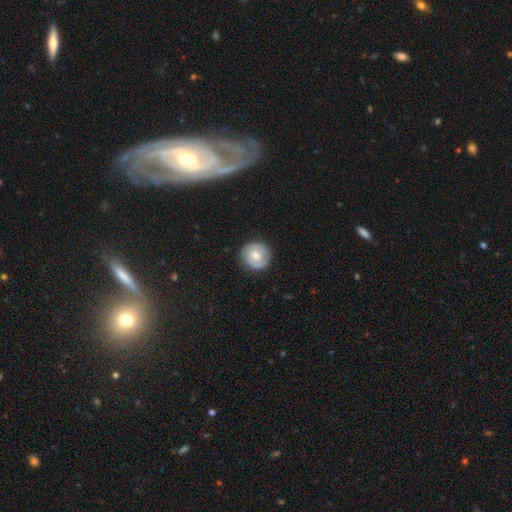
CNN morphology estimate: A featured or disk galaxy (64%) with no bar (54%), 2 (79%) tight (62%) spiral arms (86%) and a moderate central bulge (64%). Merging: none (86%).